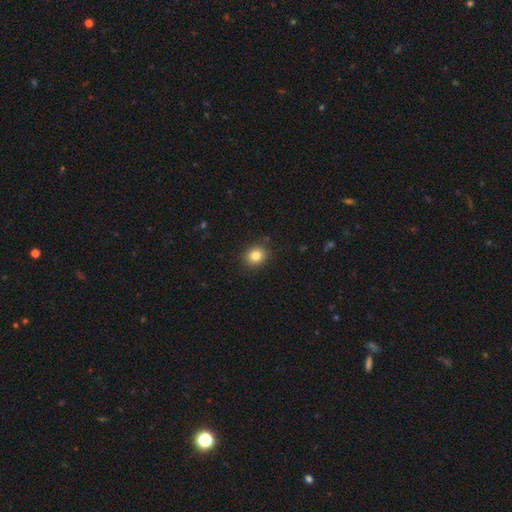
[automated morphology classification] type=smooth (83%); roundness=round (74%); merging=none (88%).